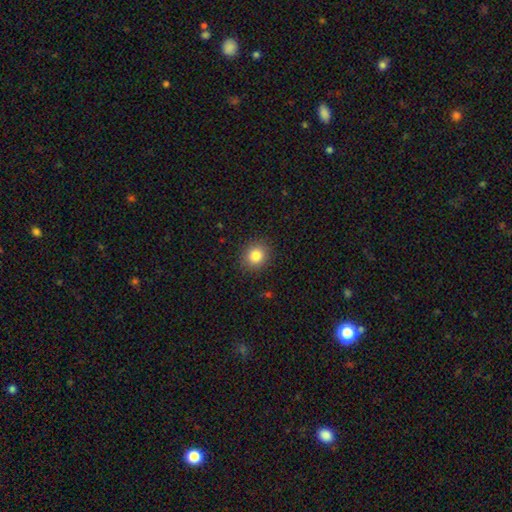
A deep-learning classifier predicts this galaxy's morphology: Smooth or featured: smooth — 83% (star or artifact — 11%)
How rounded: round — 79% (in between — 21%)
Merging: none — 89% (minor disturbance — 7%)